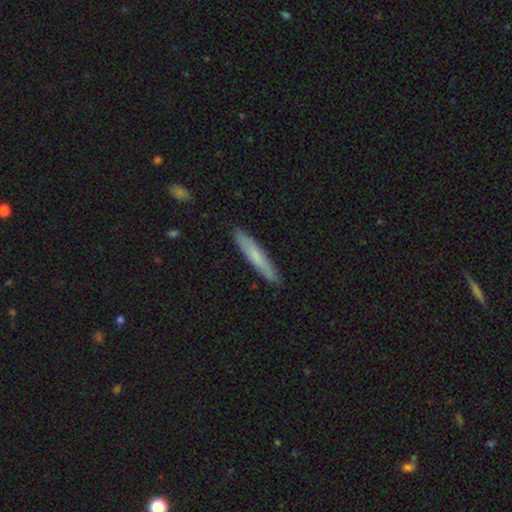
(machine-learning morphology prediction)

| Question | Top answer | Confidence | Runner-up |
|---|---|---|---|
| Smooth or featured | smooth | 68% | featured or disk (27%) |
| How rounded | cigar-shaped | 94% | in between (5%) |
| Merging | none | 90% | minor disturbance (7%) |